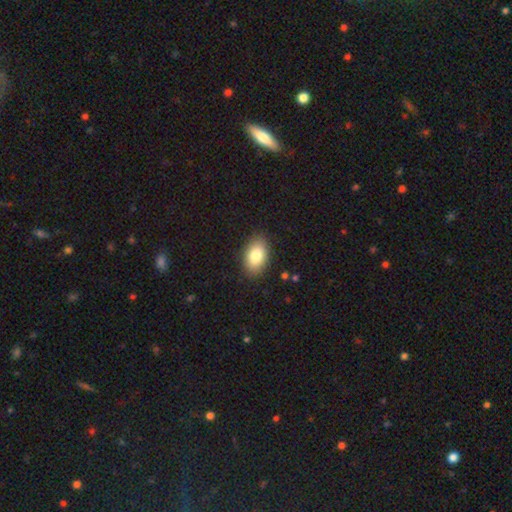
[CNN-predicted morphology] smooth_or_featured: smooth (p=0.82) [alt: featured or disk p=0.11]
how_rounded: in between (p=0.91) [alt: round p=0.07]
merging: none (p=0.88) [alt: minor disturbance p=0.09]